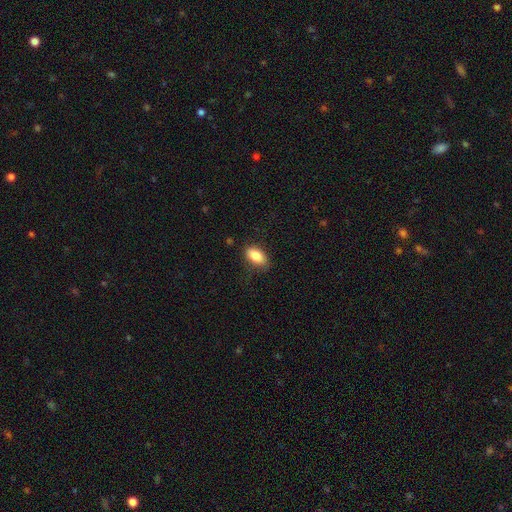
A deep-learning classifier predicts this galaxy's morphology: This appears to be a smooth galaxy with no disk features (85%) that is in between round and cigar-shaped (91%). Merging: none (78%).